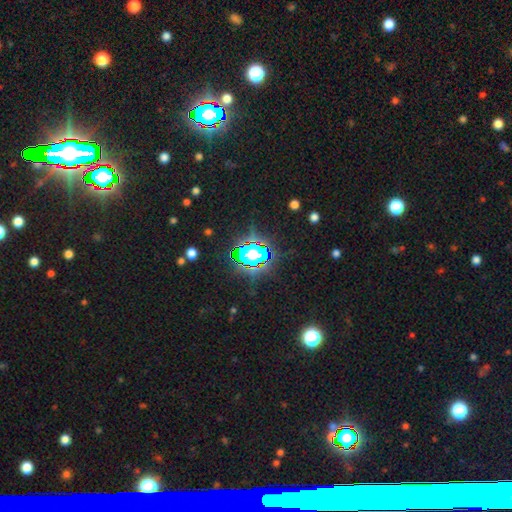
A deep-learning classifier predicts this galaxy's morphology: type=star or artifact (82%).